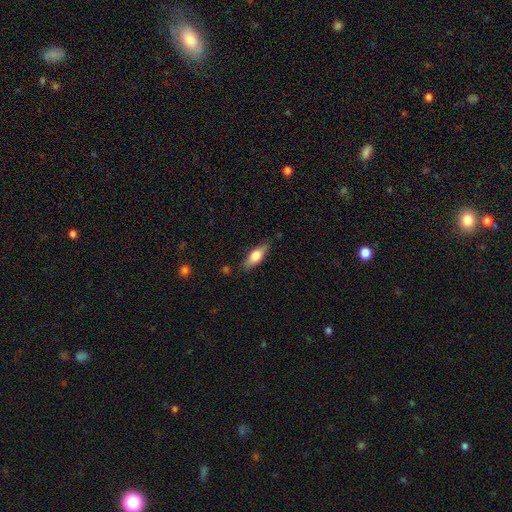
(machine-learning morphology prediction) Smooth or featured: smooth — 61% (featured or disk — 32%)
How rounded: in between — 67% (cigar-shaped — 30%)
Merging: none — 81% (minor disturbance — 14%)